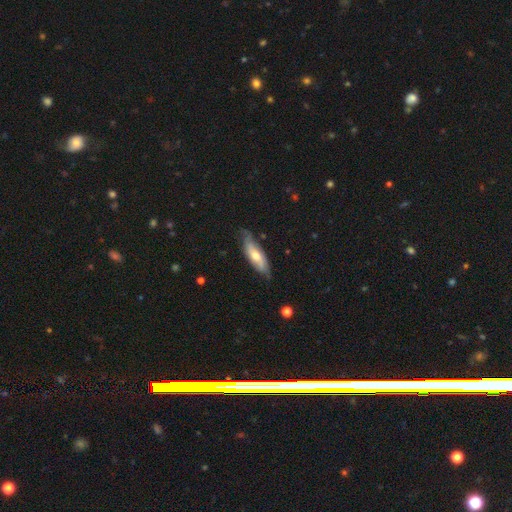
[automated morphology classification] Smooth or featured? Predicted: smooth (p=0.50). Merging? Predicted: none (p=0.66).